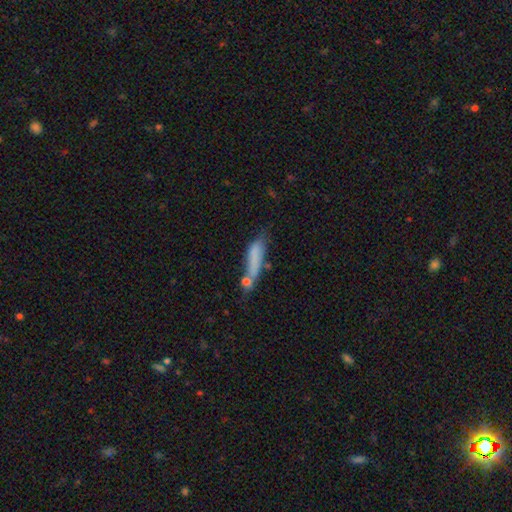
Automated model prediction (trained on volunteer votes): This appears to be a smooth galaxy with no disk features (68%) that is cigar-shaped (77%). Merging: none (43%).